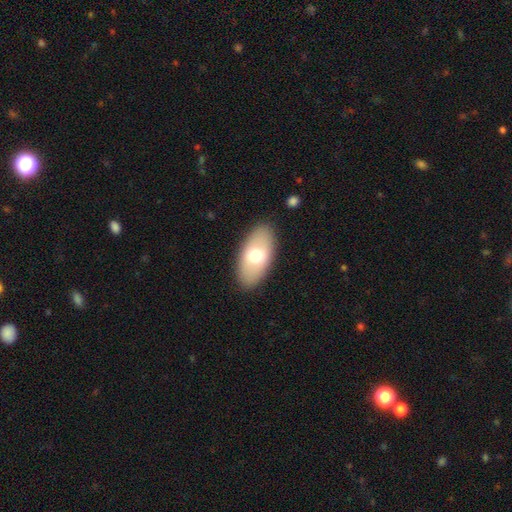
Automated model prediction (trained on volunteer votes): smooth_or_featured: smooth (p=0.66) [alt: featured or disk p=0.28]
how_rounded: in between (p=0.93) [alt: round p=0.04]
merging: none (p=0.87) [alt: minor disturbance p=0.09]